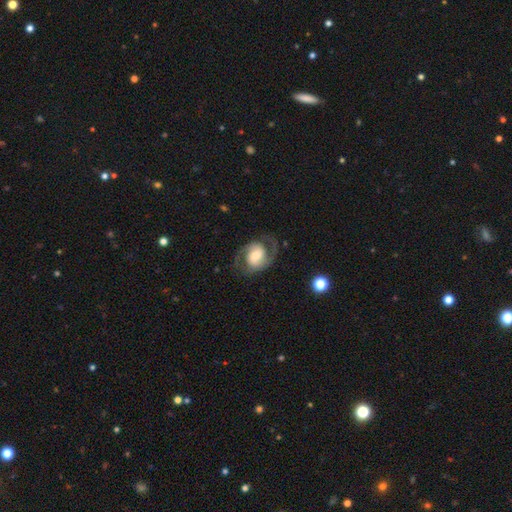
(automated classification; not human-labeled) Smooth or featured?
  - featured or disk: 81% *
  - smooth: 13%
  - star or artifact: 6%
Edge-on disk?
  - no: 97% *
  - yes: 3%
Bar?
  - no: 43% *
  - weak: 41%
  - strong: 16%
Spiral arms?
  - yes: 94% *
  - no: 6%
Spiral winding?
  - medium: 53% *
  - tight: 26%
  - loose: 20%
Spiral arm count?
  - 2: 89% *
  - can't tell: 4%
  - 1: 3%
  - 3: 1%
  - 4: 1%
  - more than 4: 1%
Bulge size?
  - moderate: 52% *
  - small: 22%
  - large: 20%
  - dominant: 3%
  - none: 3%
Merging?
  - none: 73% *
  - minor disturbance: 15%
  - major disturbance: 11%
  - merger: 1%